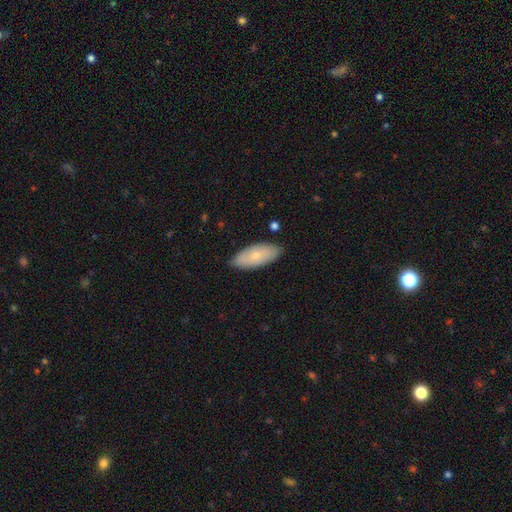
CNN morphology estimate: smooth-or-featured: smooth: 72% | featured or disk: 22% | star or artifact: 6%
  how-rounded: in between: 85% | cigar-shaped: 12% | round: 2%
  merging: none: 85% | minor disturbance: 12% | major disturbance: 2% | merger: 1%